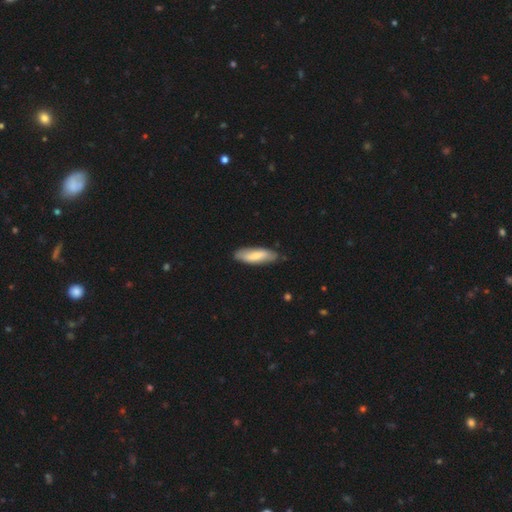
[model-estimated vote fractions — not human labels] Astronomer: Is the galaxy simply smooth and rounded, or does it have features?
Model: smooth — 71%.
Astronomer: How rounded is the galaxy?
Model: in between — 54% (runner-up: cigar-shaped, 45%).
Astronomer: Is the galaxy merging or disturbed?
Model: none — 81%.